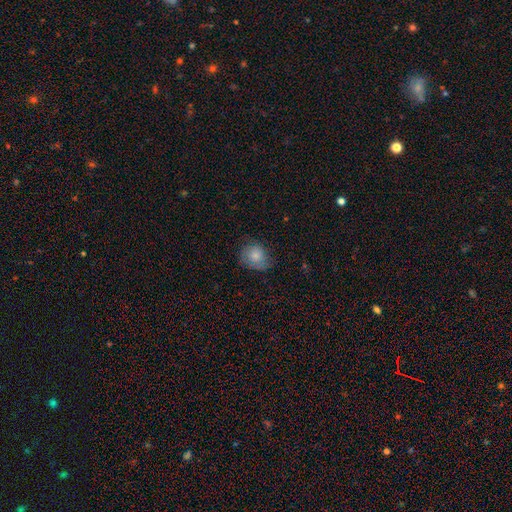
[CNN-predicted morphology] The model was most divided on "merging": none: 59%, minor disturbance: 29%, major disturbance: 11%, merger: 1%. More confident: smooth or featured — smooth (71%); how rounded — round (69%).